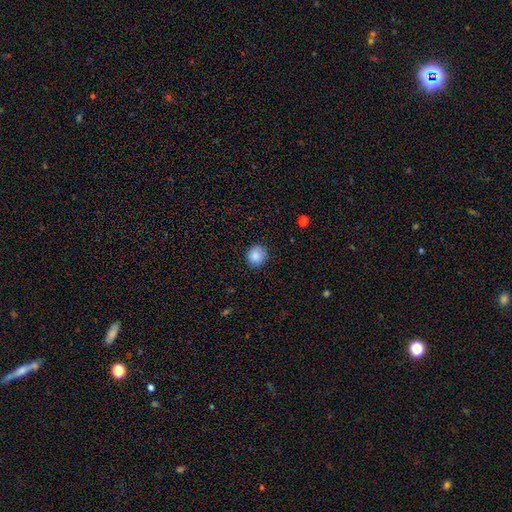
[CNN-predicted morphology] Q: Smooth or featured?
A: smooth (86%); runner-up: star or artifact (9%)
Q: How rounded?
A: round (87%); runner-up: in between (12%)
Q: Merging?
A: none (84%); runner-up: minor disturbance (13%)